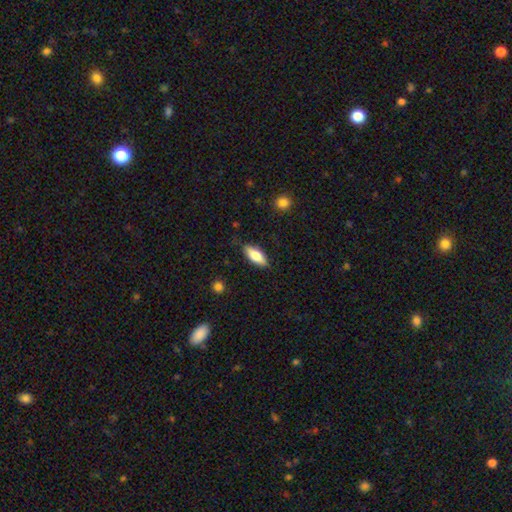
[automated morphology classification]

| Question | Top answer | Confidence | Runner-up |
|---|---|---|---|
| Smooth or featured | smooth | 76% | featured or disk (18%) |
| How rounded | in between | 77% | cigar-shaped (21%) |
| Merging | none | 84% | minor disturbance (12%) |